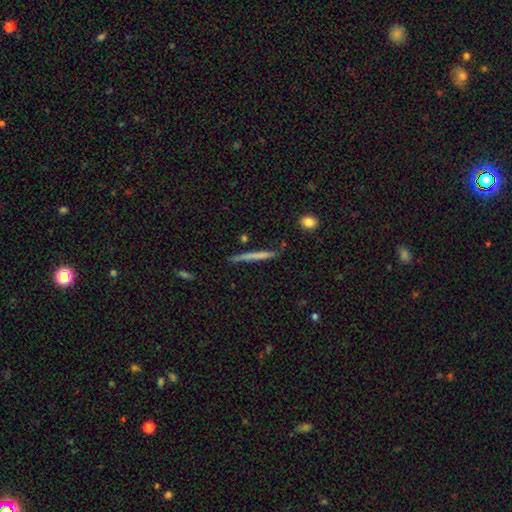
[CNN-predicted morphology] type=smooth (60%); roundness=cigar-shaped (96%); merging=none (84%).